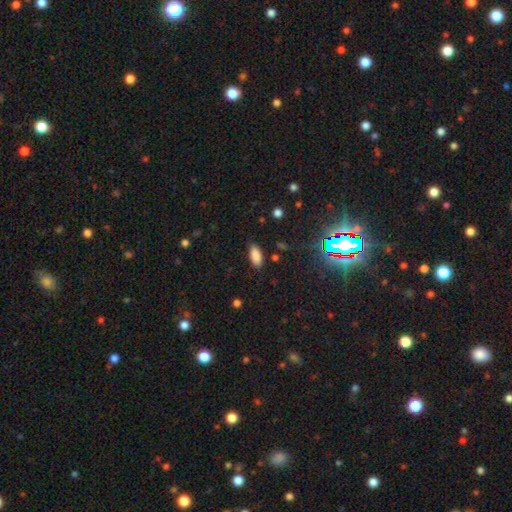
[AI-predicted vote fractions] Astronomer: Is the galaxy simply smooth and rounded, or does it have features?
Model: smooth — 85%.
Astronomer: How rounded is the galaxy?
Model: in between — 89%.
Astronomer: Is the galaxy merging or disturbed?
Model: none — 82%.